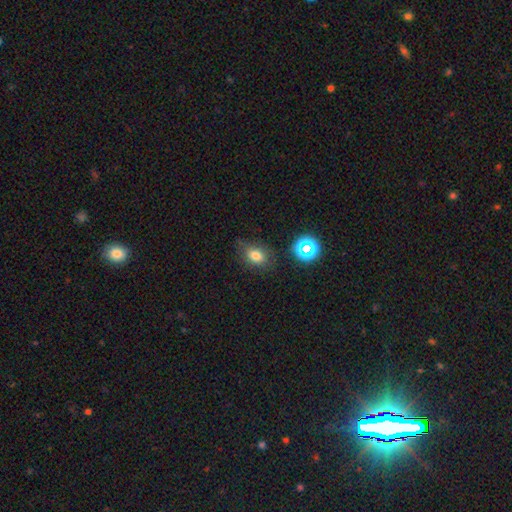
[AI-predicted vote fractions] This is likely a smooth galaxy (75%). How rounded: likely in between (68%). Merging: likely none (71%).